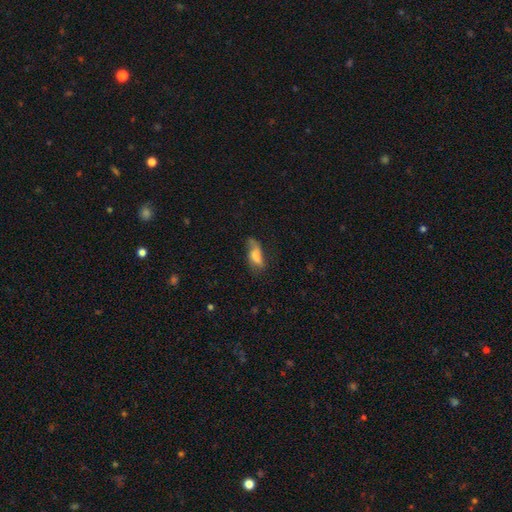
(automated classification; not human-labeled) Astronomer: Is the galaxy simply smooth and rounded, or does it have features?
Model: smooth — 64%.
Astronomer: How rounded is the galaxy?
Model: in between — 75%.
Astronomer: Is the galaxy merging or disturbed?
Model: none — 43% (runner-up: minor disturbance, 30%).